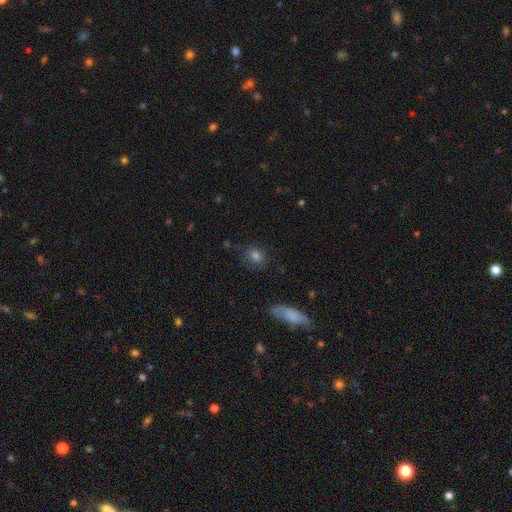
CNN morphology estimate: Overall: smooth (74%). How rounded: round (52%; in between 46%). Merging: none (71%).